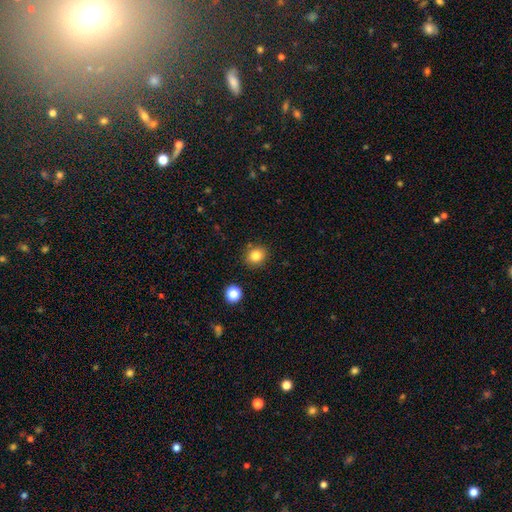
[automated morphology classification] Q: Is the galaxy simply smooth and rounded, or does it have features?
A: smooth — 83%.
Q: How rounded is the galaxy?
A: round — 78%.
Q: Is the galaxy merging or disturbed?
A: none — 87%.